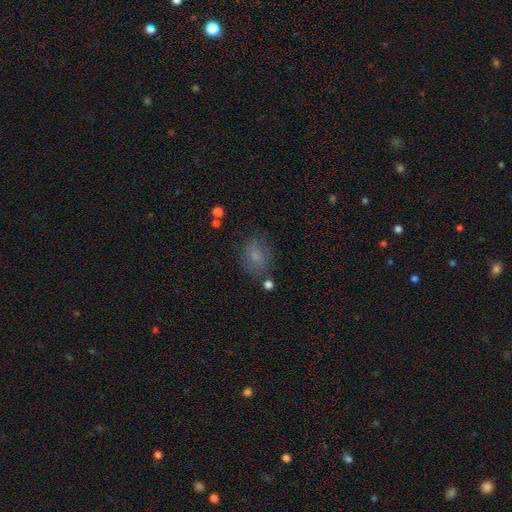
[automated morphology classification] Q: Smooth or featured?
A: smooth (67%); runner-up: featured or disk (19%)
Q: How rounded?
A: in between (72%); runner-up: round (26%)
Q: Merging?
A: none (65%); runner-up: minor disturbance (21%)